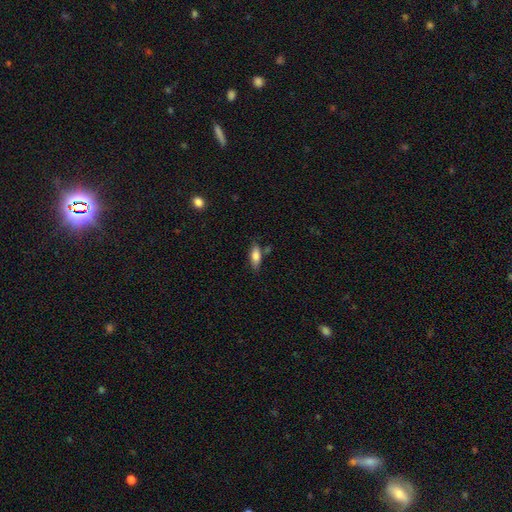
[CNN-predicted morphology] A smooth galaxy with no disk features (81%) that is in between round and cigar-shaped (75%).

Vote fractions:
- Smooth or featured? smooth: 81% / featured or disk: 12% / star or artifact: 7%
- How rounded? in between: 75% / cigar-shaped: 22% / round: 3%
- Merging? none: 73% / minor disturbance: 17% / merger: 7% / major disturbance: 4%